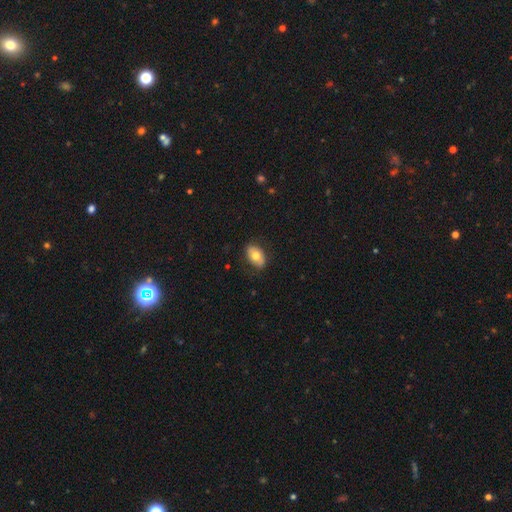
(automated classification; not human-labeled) This is likely a smooth galaxy (68%). How rounded: clearly in between (88%). Merging: likely none (78%).